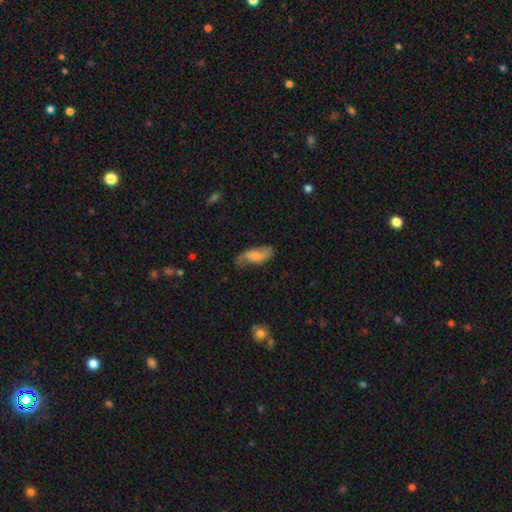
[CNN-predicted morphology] featured or disk 49%, smooth 44%, star or artifact 7%. Down the decision tree: merging — none (60%).